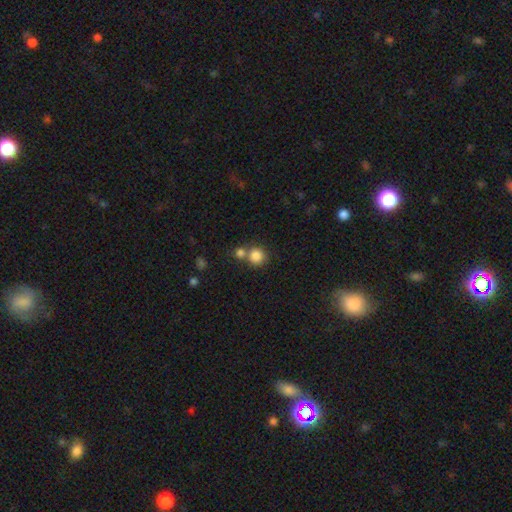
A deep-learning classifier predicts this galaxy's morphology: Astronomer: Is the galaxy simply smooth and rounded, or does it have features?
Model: smooth — 84%.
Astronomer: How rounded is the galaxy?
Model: round — 91%.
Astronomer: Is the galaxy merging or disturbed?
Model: none — 57%.